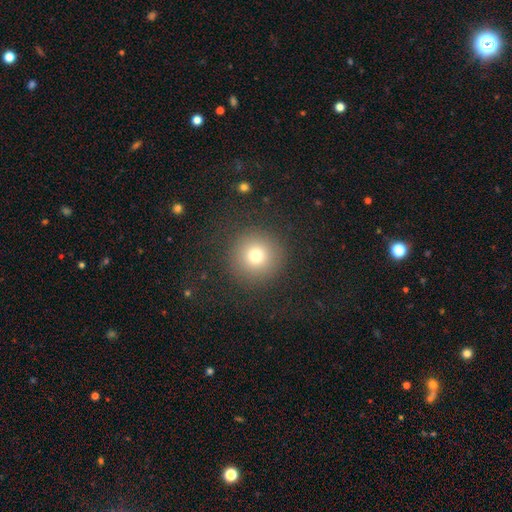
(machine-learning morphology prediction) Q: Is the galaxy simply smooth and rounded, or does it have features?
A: smooth — 74%.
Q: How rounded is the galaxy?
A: round — 95%.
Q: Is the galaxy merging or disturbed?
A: none — 88%.